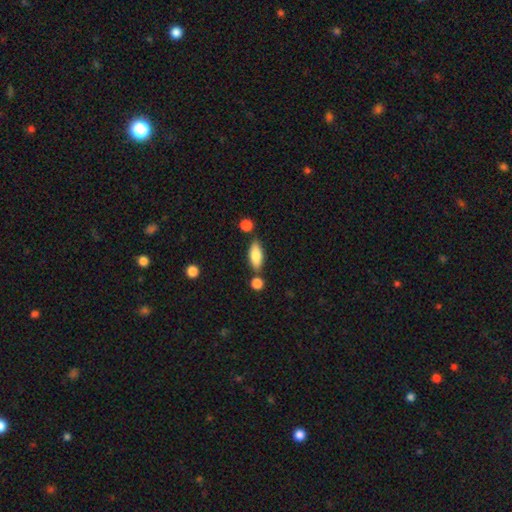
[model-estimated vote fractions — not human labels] smooth 79%, featured or disk 15%, star or artifact 6%. Down the decision tree: how rounded — in between (73%); merging — none (73%).